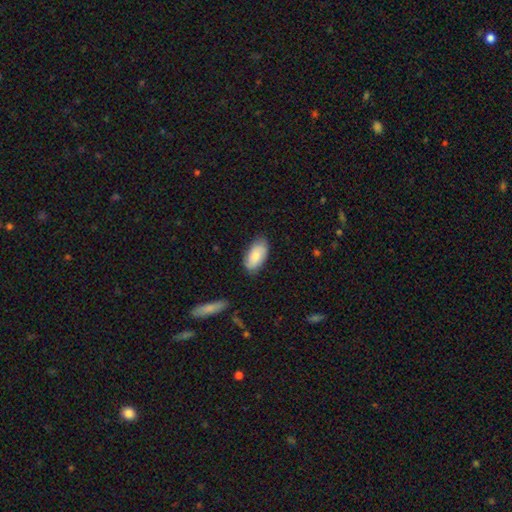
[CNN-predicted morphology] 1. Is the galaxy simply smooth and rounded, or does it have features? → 77% smooth, 17% featured or disk, 6% star or artifact.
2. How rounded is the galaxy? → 94% in between, 3% cigar-shaped, 3% round.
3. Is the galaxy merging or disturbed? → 79% none, 17% minor disturbance, 3% major disturbance, 1% merger.